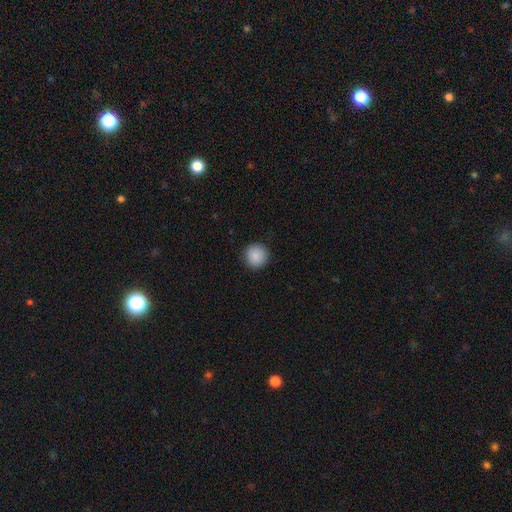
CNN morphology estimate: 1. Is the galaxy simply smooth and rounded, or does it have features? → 89% smooth, 8% star or artifact, 3% featured or disk.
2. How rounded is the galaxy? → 94% round, 5% in between, 1% cigar-shaped.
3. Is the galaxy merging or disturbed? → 92% none, 6% minor disturbance, 2% major disturbance, 1% merger.